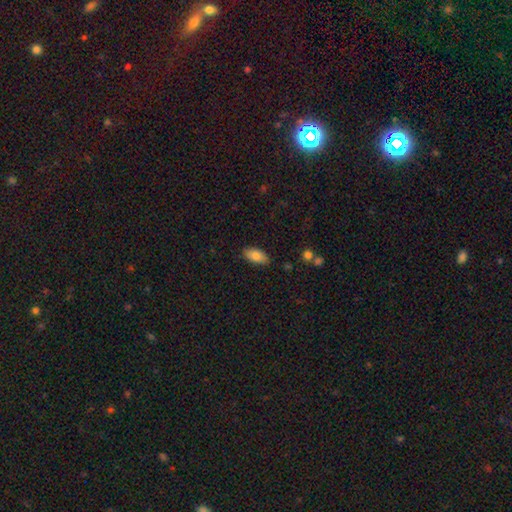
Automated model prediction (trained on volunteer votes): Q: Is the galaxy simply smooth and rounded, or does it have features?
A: smooth — 82%.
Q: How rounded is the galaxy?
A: in between — 92%.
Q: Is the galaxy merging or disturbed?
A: none — 85%.